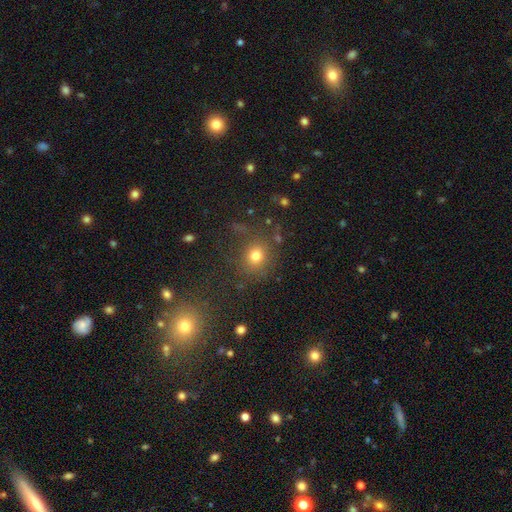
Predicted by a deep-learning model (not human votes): smooth_or_featured: smooth (p=0.74) [alt: star or artifact p=0.17]
how_rounded: round (p=0.79) [alt: in between p=0.20]
merging: none (p=0.76) [alt: minor disturbance p=0.12]